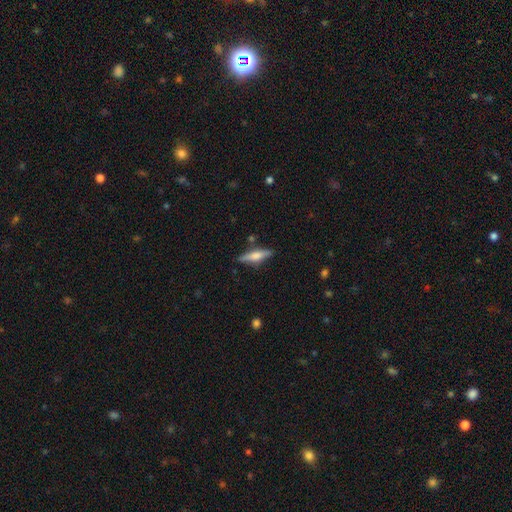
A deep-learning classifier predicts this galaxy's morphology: A featured or disk galaxy (47%, tied with smooth). Merging: none (84%).